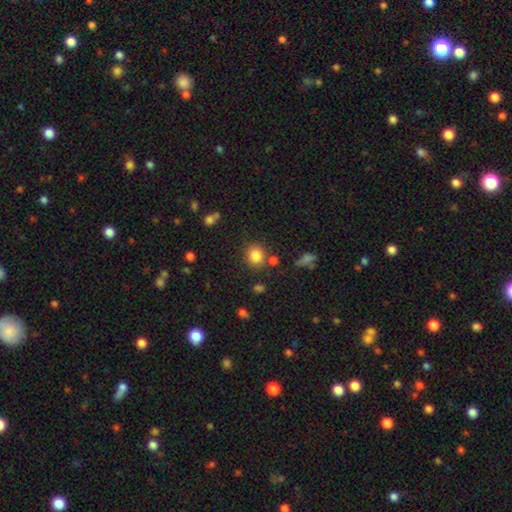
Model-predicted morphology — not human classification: This appears to be a smooth galaxy with no disk features (83%) that is round (73%). Merging: none (77%).